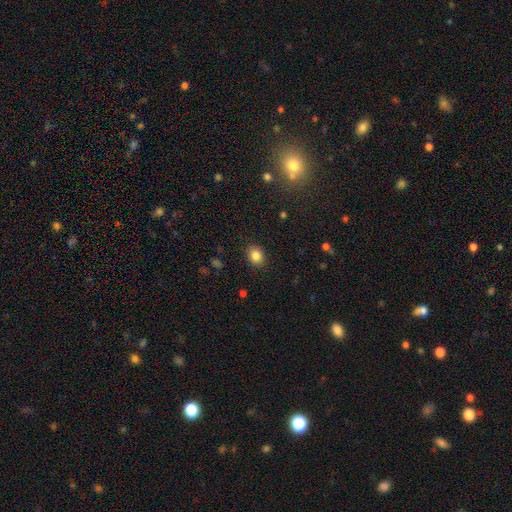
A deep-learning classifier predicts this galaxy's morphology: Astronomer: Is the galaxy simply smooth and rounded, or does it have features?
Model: smooth — 85%.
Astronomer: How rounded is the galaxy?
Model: round — 53% (runner-up: in between, 46%).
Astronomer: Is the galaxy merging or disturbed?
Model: none — 89%.